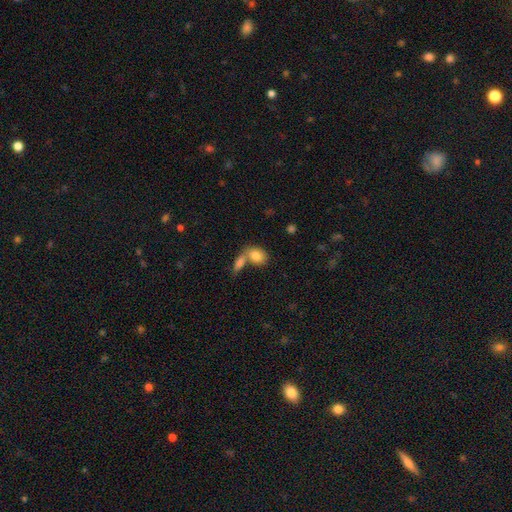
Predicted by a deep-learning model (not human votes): Q: Smooth or featured?
A: smooth (81%); runner-up: featured or disk (11%)
Q: How rounded?
A: in between (69%); runner-up: round (29%)
Q: Merging?
A: merger (47%); runner-up: none (39%)